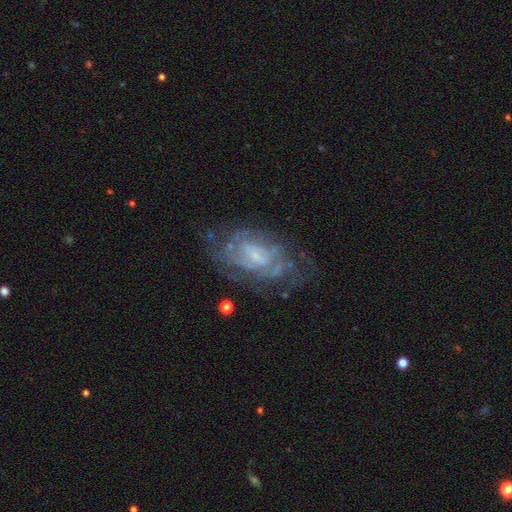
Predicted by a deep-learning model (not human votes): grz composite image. It shows a featured or disk galaxy (78%) with no bar (51%), tight (53%) spiral arms (78%) and a small central bulge (60%). Merging: none (61%).